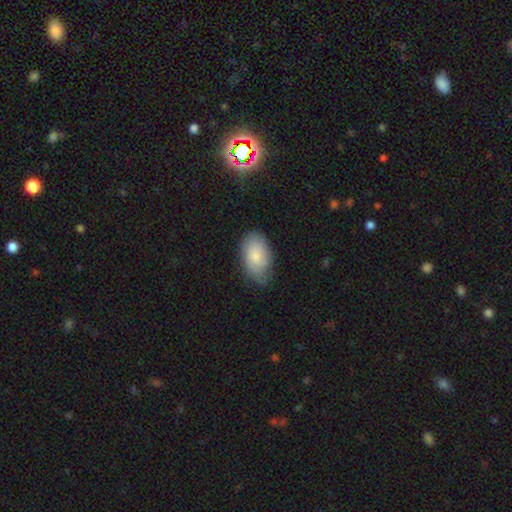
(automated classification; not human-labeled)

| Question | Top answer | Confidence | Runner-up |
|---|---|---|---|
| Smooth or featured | smooth | 75% | featured or disk (19%) |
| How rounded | in between | 92% | round (7%) |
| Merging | none | 65% | minor disturbance (27%) |